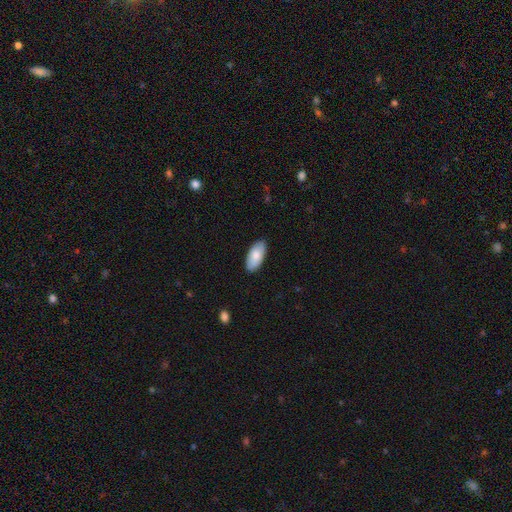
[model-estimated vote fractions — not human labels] Q: Smooth or featured?
A: smooth (80%); runner-up: featured or disk (14%)
Q: How rounded?
A: in between (93%); runner-up: cigar-shaped (5%)
Q: Merging?
A: none (87%); runner-up: minor disturbance (10%)